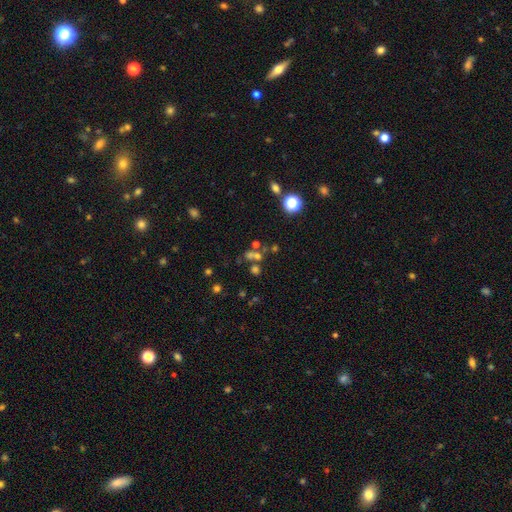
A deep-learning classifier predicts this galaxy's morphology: Q: Smooth or featured?
A: smooth (45%); runner-up: star or artifact (35%)
Q: Merging?
A: none (46%); runner-up: merger (38%)